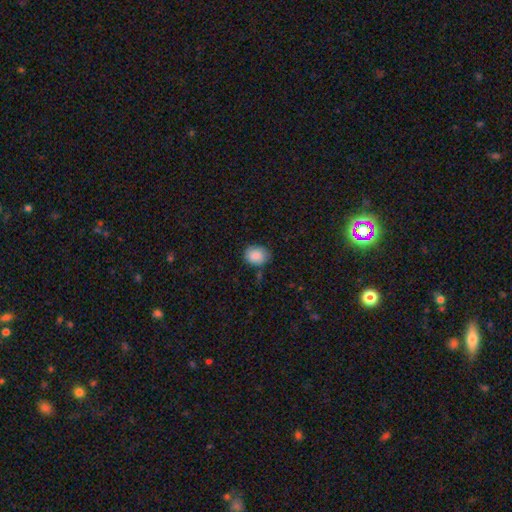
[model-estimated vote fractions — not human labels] Smooth or featured?
  - smooth: 88% *
  - star or artifact: 8%
  - featured or disk: 5%
How rounded?
  - round: 52% *
  - in between: 47%
  - cigar-shaped: 1%
Merging?
  - none: 75% *
  - minor disturbance: 18%
  - major disturbance: 4%
  - merger: 3%